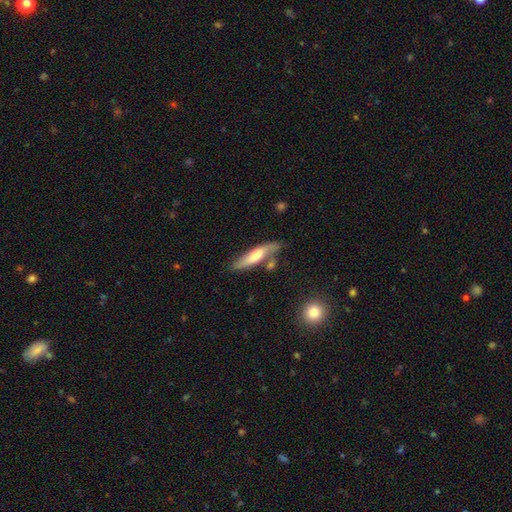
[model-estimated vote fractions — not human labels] A smooth galaxy with no disk features (55%) that is cigar-shaped (70%). Merging: none (58%).